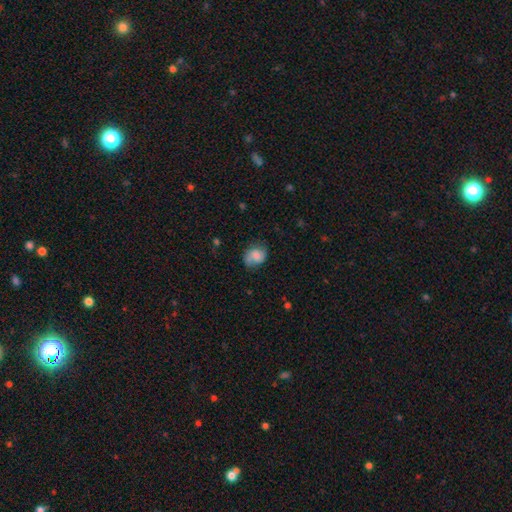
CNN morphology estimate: A smooth galaxy with no disk features (56%) that is round (54%).

Vote fractions:
- Smooth or featured? smooth: 56% / featured or disk: 36% / star or artifact: 9%
- How rounded? round: 54% / in between: 45% / cigar-shaped: 1%
- Merging? none: 64% / minor disturbance: 25% / major disturbance: 9% / merger: 2%